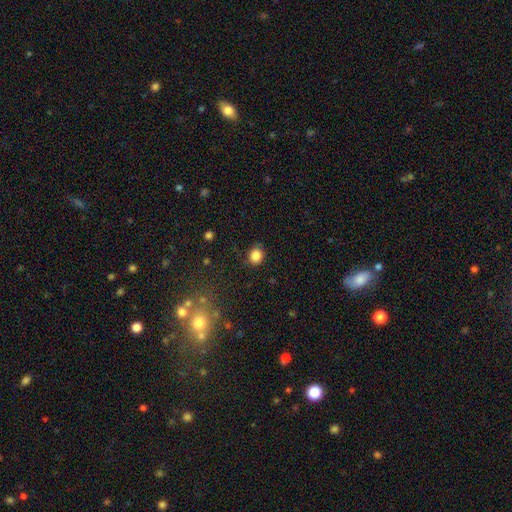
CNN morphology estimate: smooth 84%, star or artifact 11%, featured or disk 5%. Down the decision tree: how rounded — round (68%); merging — none (80%).